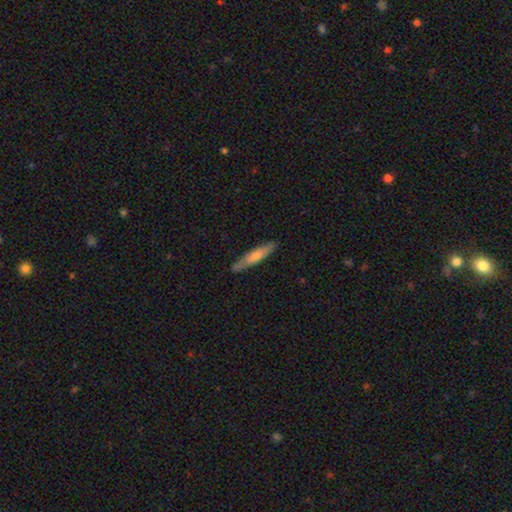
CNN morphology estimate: smooth_or_featured: smooth (p=0.64) [alt: featured or disk p=0.30]
how_rounded: cigar-shaped (p=0.89) [alt: in between p=0.10]
merging: none (p=0.81) [alt: minor disturbance p=0.14]